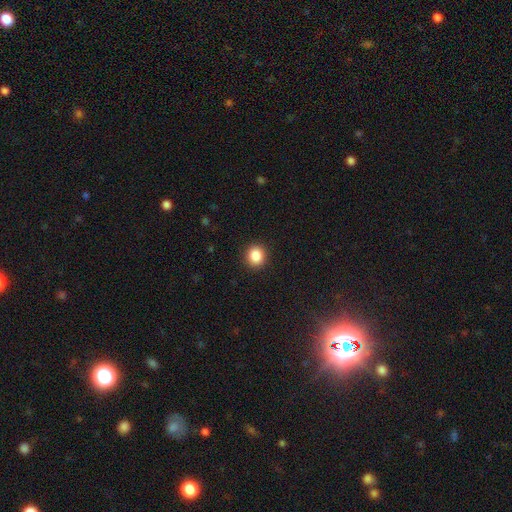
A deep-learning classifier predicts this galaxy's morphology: smooth 87%, star or artifact 10%, featured or disk 3%. Down the decision tree: how rounded — round (83%); merging — none (91%).